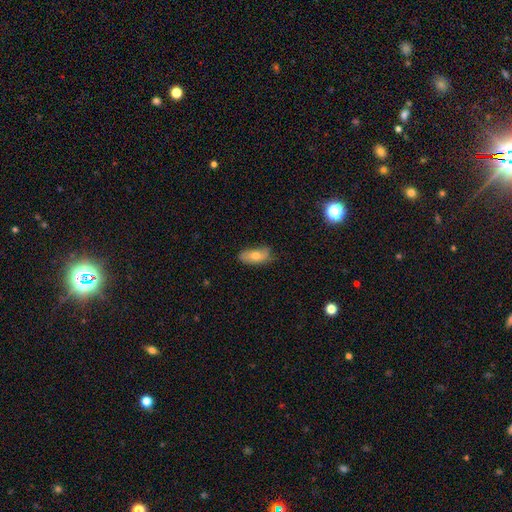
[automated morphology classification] smooth-or-featured: smooth: 69% | featured or disk: 24% | star or artifact: 7%
  how-rounded: in between: 85% | cigar-shaped: 12% | round: 4%
  merging: none: 67% | minor disturbance: 27% | major disturbance: 5% | merger: 2%